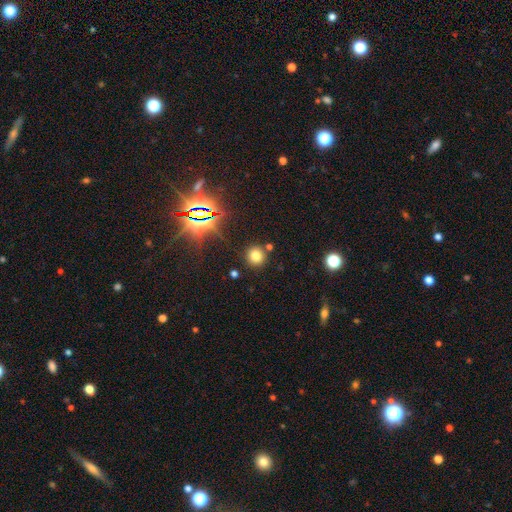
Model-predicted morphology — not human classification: A smooth galaxy with no disk features (72%) that is round (92%). Merging: none (83%).